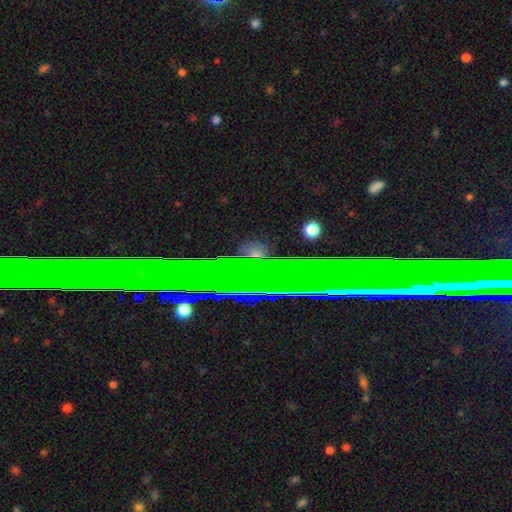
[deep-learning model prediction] smooth_or_featured: star or artifact (p=0.67) [alt: smooth p=0.17]